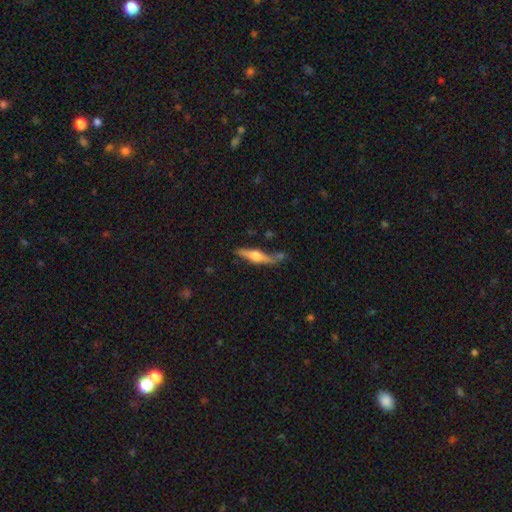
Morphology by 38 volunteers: Overall: featured or disk (84%). Edge-on disk: yes (97%). Edge-on bulge: rounded (97%). Merging: none (82%).